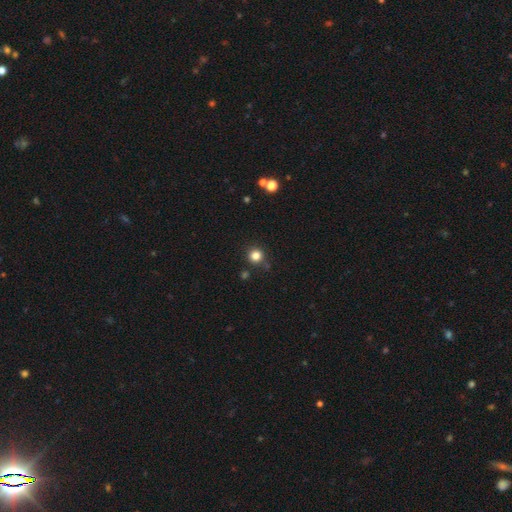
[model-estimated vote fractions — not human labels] Smooth or featured? Predicted: smooth (p=0.82). How rounded? Predicted: round (p=0.94). Merging? Predicted: none (p=0.85).